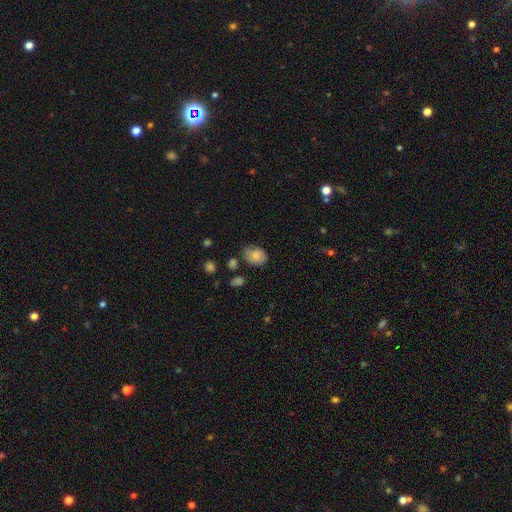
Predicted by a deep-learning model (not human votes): A smooth galaxy with no disk features (69%) that is in between round and cigar-shaped (65%). Merging: none (61%).